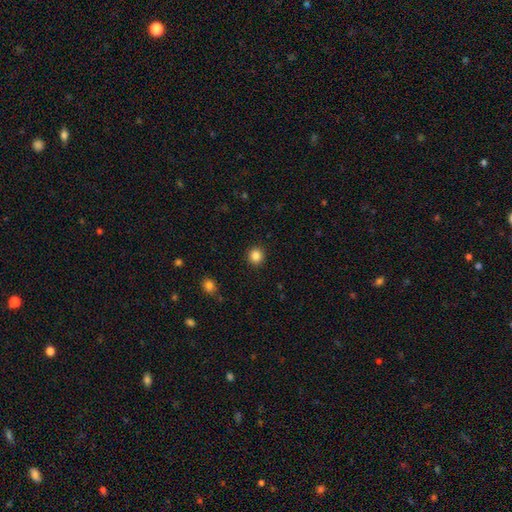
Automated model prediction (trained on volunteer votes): Smooth or featured?
  - smooth: 85% *
  - star or artifact: 11%
  - featured or disk: 4%
How rounded?
  - round: 93% *
  - in between: 6%
  - cigar-shaped: 1%
Merging?
  - none: 92% *
  - minor disturbance: 5%
  - major disturbance: 2%
  - merger: 1%